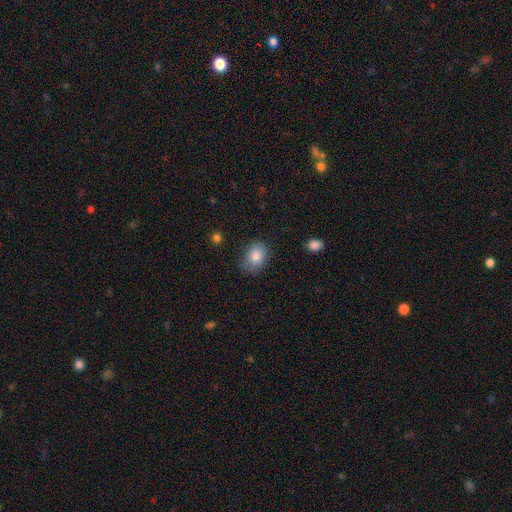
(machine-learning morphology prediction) A smooth galaxy with no disk features (84%) that is in between round and cigar-shaped (60%). Merging: none (69%).